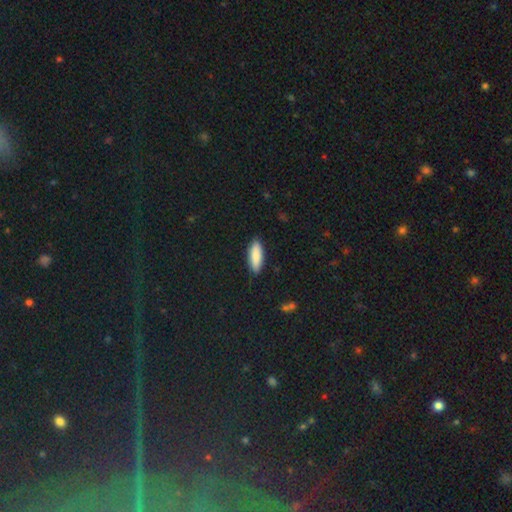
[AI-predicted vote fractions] Smooth or featured? Predicted: smooth (p=0.86). How rounded? Predicted: in between (p=0.58). Merging? Predicted: none (p=0.87).